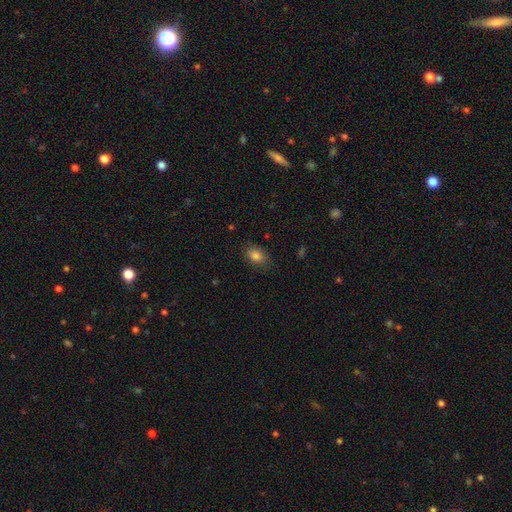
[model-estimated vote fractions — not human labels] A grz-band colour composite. It shows a smooth galaxy with no disk features (83%) that is in between round and cigar-shaped (83%). Merging: none (80%).